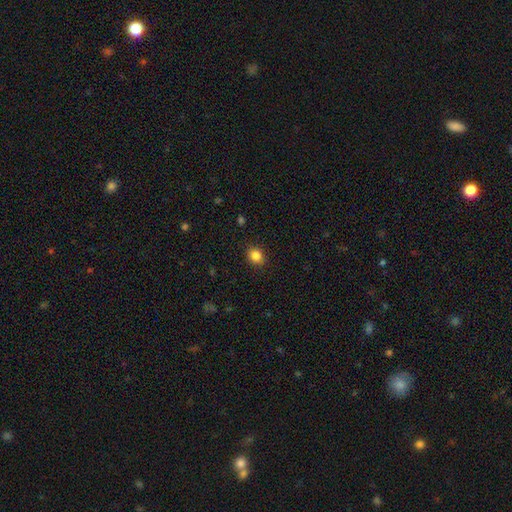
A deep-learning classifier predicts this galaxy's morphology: This is clearly a smooth galaxy (84%). How rounded: likely round (69%). Merging: clearly none (89%).